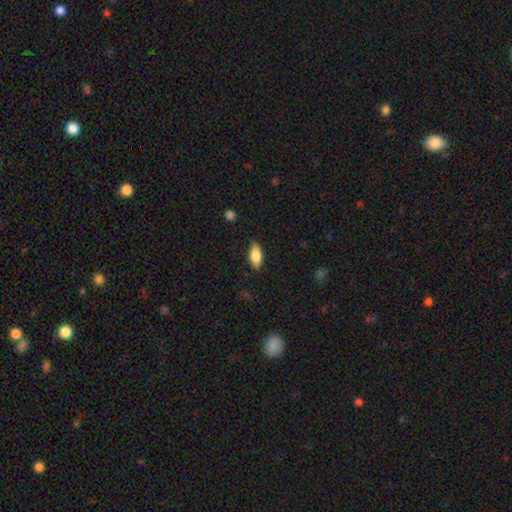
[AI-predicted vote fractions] This is likely a smooth galaxy (77%). How rounded: clearly in between (85%). Merging: clearly none (84%).